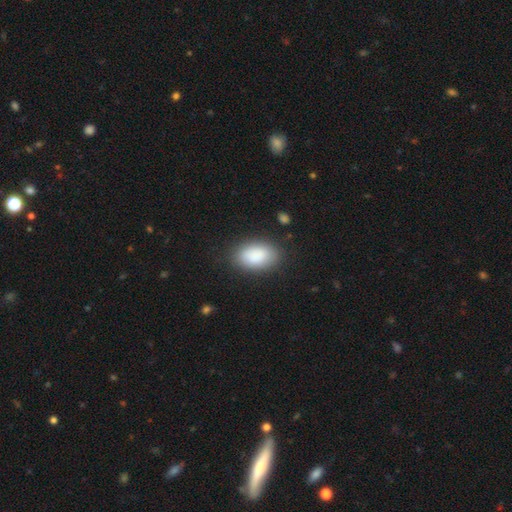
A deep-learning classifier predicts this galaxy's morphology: A smooth galaxy with no disk features (88%) that is in between round and cigar-shaped (89%).

Vote fractions:
- Smooth or featured? smooth: 88% / star or artifact: 7% / featured or disk: 5%
- How rounded? in between: 89% / round: 9% / cigar-shaped: 1%
- Merging? none: 83% / minor disturbance: 11% / major disturbance: 4% / merger: 2%